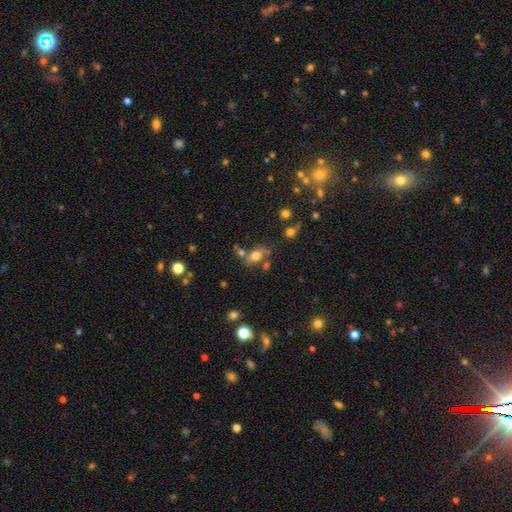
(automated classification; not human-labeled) This appears to be a smooth galaxy with no disk features (72%) that is in between round and cigar-shaped (80%). Merging: none (58%).